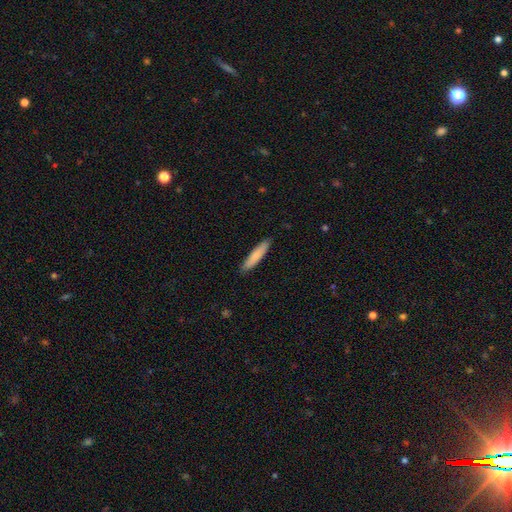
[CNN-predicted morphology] smooth-or-featured: smooth: 81% | featured or disk: 14% | star or artifact: 5%
  how-rounded: cigar-shaped: 86% | in between: 13% | round: 1%
  merging: none: 88% | minor disturbance: 9% | major disturbance: 2% | merger: 1%